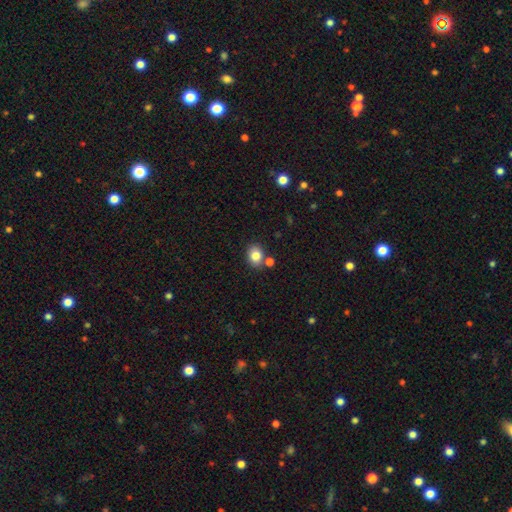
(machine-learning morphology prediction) smooth-or-featured: smooth: 82% | star or artifact: 10% | featured or disk: 8%
  how-rounded: round: 54% | in between: 45% | cigar-shaped: 1%
  merging: none: 74% | merger: 13% | minor disturbance: 10% | major disturbance: 3%